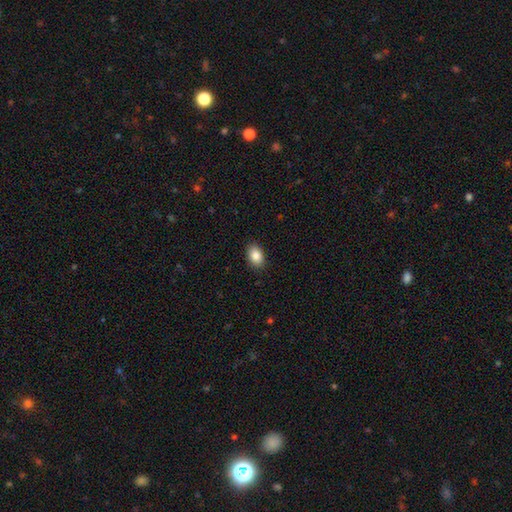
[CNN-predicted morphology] smooth_or_featured: smooth (p=0.87) [alt: star or artifact p=0.08]
how_rounded: in between (p=0.86) [alt: round p=0.13]
merging: none (p=0.90) [alt: minor disturbance p=0.08]